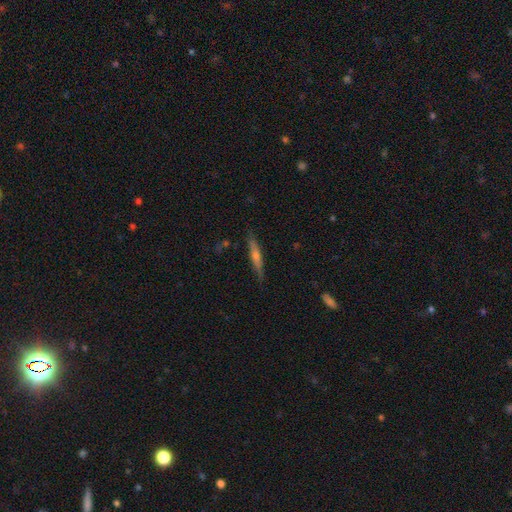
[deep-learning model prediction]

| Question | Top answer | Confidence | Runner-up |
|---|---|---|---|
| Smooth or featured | featured or disk | 58% | smooth (35%) |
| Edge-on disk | yes | 94% | no (6%) |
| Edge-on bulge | rounded | 72% | none (21%) |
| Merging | none | 85% | minor disturbance (12%) |